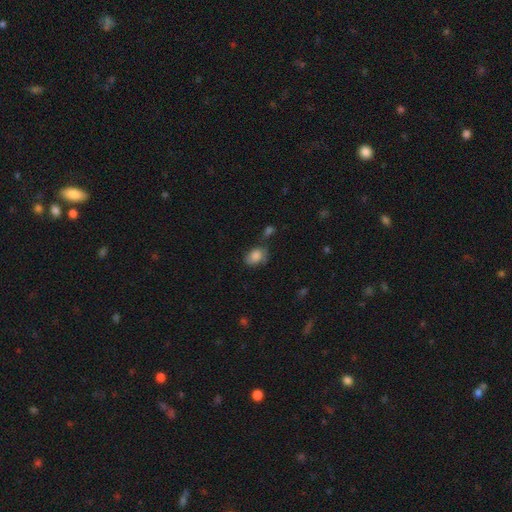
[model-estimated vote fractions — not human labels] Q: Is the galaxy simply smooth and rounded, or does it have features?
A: smooth — 76%.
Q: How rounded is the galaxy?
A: in between — 77%.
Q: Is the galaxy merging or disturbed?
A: none — 47%.